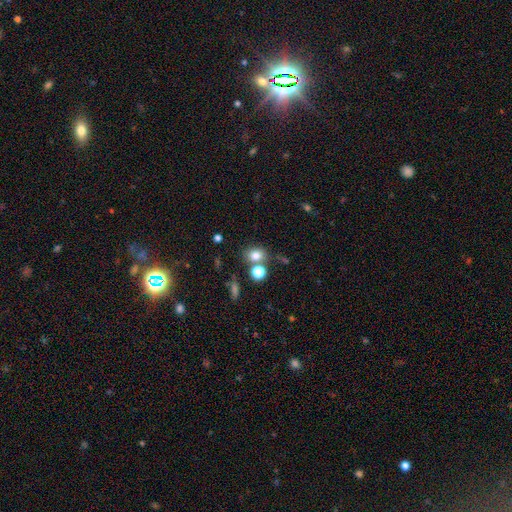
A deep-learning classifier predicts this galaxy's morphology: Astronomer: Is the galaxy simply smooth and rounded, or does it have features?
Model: smooth — 78%.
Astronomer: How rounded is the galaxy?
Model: round — 53% (runner-up: in between, 46%).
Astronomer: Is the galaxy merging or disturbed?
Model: none — 65%.